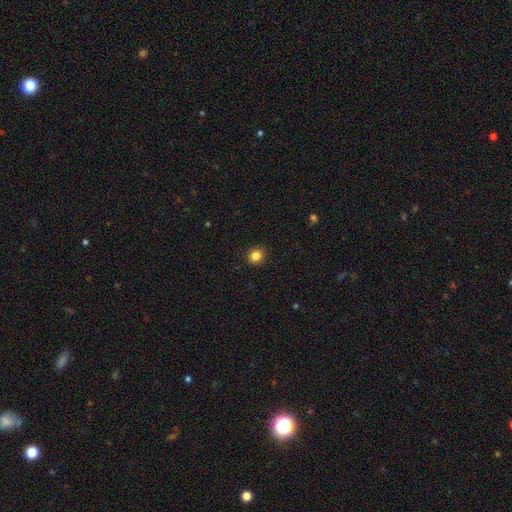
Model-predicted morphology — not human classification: Smooth or featured? Predicted: smooth (p=0.84). How rounded? Predicted: round (p=0.84). Merging? Predicted: none (p=0.92).